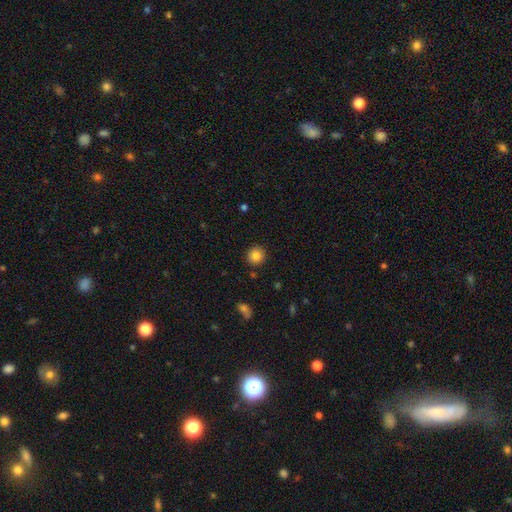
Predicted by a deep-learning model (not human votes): Smooth or featured?
  - smooth: 84% *
  - star or artifact: 10%
  - featured or disk: 6%
How rounded?
  - round: 91% *
  - in between: 8%
  - cigar-shaped: 1%
Merging?
  - none: 90% *
  - minor disturbance: 7%
  - major disturbance: 2%
  - merger: 2%